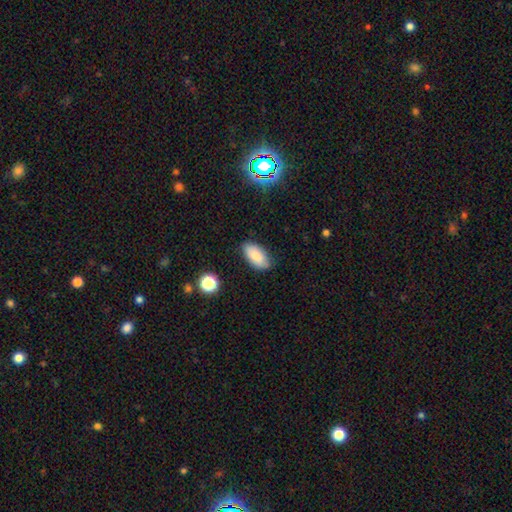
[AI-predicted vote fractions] Smooth or featured? smooth (84%)
How rounded? in between (92%)
Merging? none (82%)